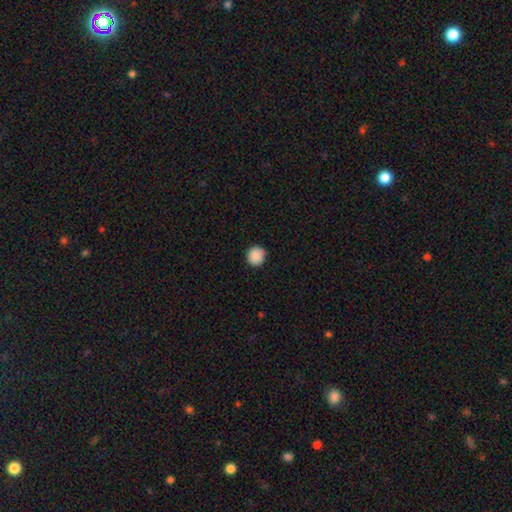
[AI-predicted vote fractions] Smooth or featured?
  - smooth: 90% *
  - star or artifact: 8%
  - featured or disk: 2%
How rounded?
  - round: 92% *
  - in between: 7%
  - cigar-shaped: 1%
Merging?
  - none: 92% *
  - minor disturbance: 6%
  - major disturbance: 2%
  - merger: 1%